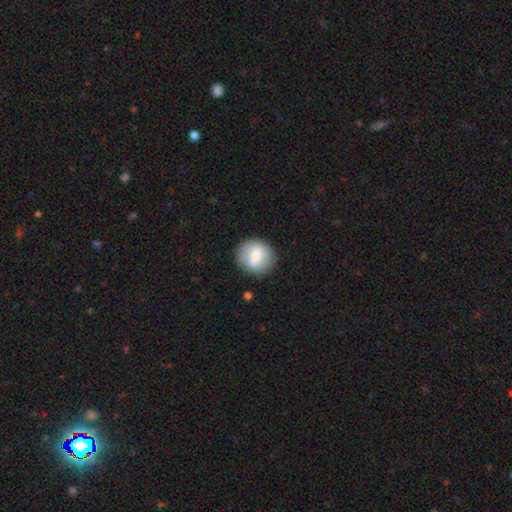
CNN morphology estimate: Smooth or featured? Predicted: smooth (p=0.67). How rounded? Predicted: round (p=0.83). Merging? Predicted: none (p=0.80).